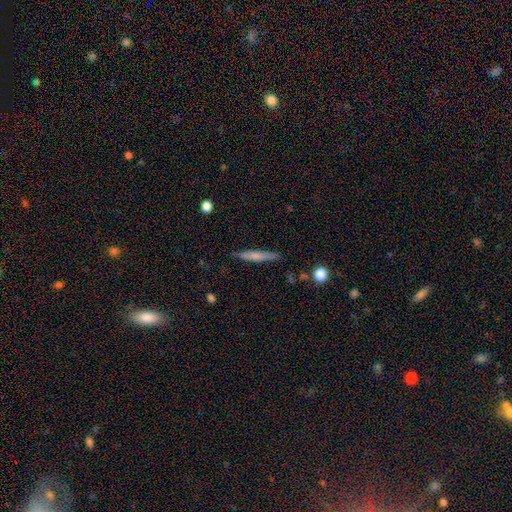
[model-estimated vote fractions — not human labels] smooth 59%, featured or disk 35%, star or artifact 6%. Down the decision tree: how rounded — cigar-shaped (94%); merging — none (85%).